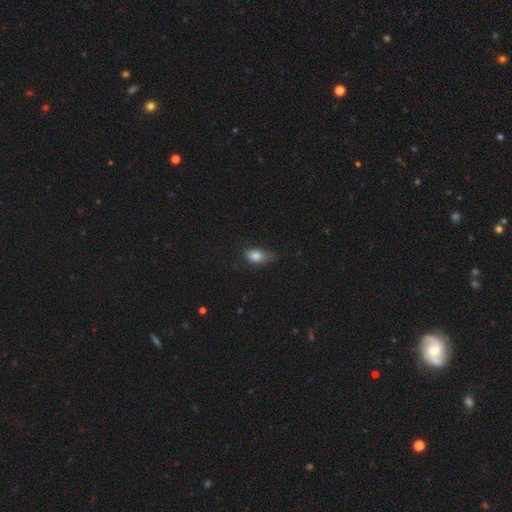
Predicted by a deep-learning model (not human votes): smooth 83%, star or artifact 9%, featured or disk 8%. Down the decision tree: how rounded — in between (81%); merging — none (51%).